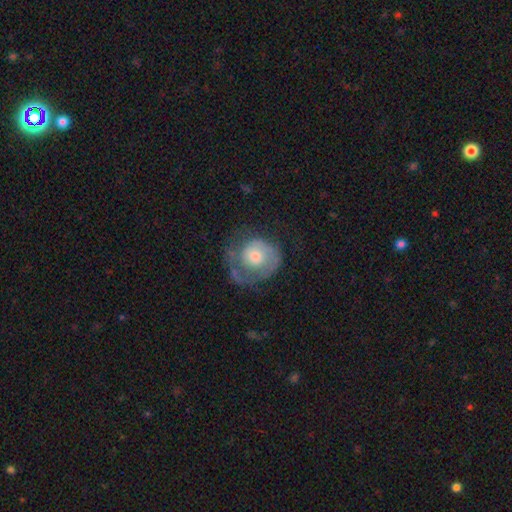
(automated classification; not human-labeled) This appears to be a featured or disk galaxy (51%). Merging: none (43%).